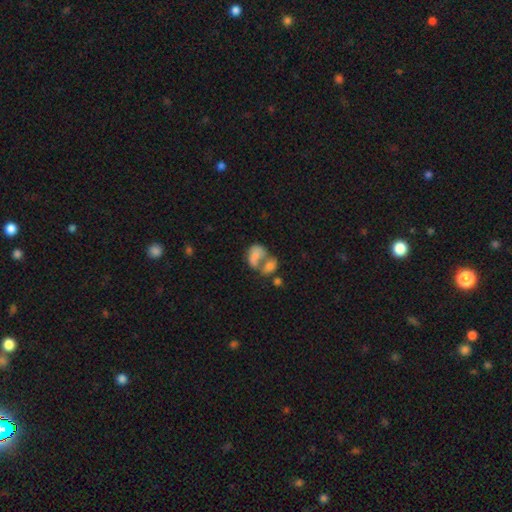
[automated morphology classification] The model was most divided on "merging": merger: 61%, none: 17%, major disturbance: 12%, minor disturbance: 9%. More confident: how rounded — in between (79%); smooth or featured — smooth (68%).